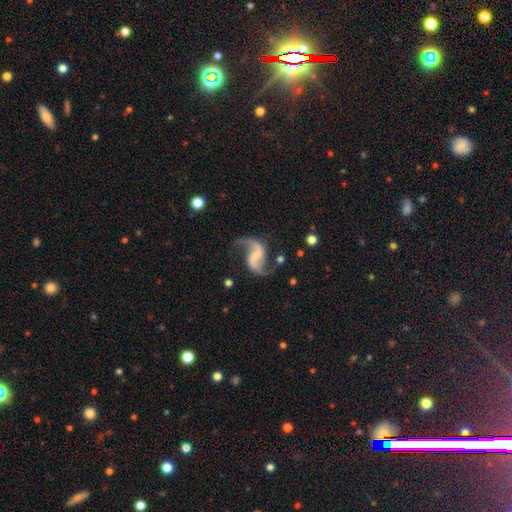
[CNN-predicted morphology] The model was most divided on "bar": weak: 46%, no: 31%, strong: 23%. Remaining: edge-on disk — no (98%); spiral arms — yes (97%); spiral arm count — 2 (94%); smooth or featured — featured or disk (91%); spiral winding — loose (75%); merging — none (73%); bulge size — small (46%).